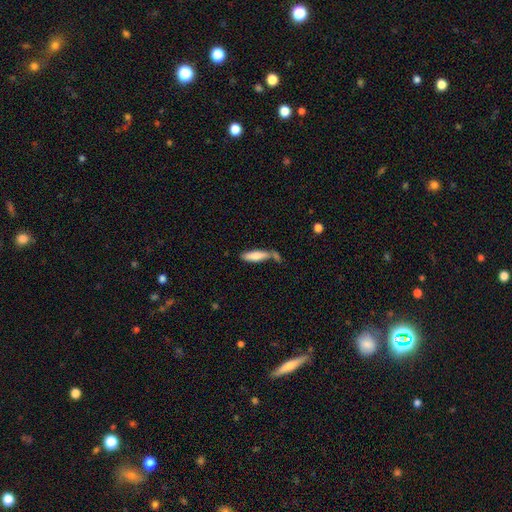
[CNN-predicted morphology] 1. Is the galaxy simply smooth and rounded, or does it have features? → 77% smooth, 17% featured or disk, 6% star or artifact.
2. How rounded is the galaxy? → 59% cigar-shaped, 40% in between, 2% round.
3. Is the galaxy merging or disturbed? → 52% none, 23% merger, 19% minor disturbance, 6% major disturbance.